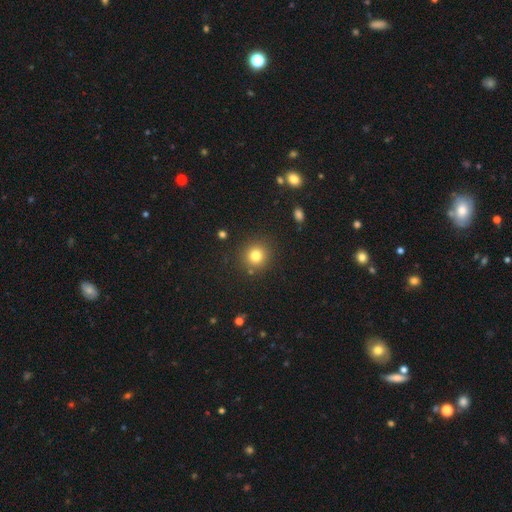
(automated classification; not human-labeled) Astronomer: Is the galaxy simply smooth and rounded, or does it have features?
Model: smooth — 80%.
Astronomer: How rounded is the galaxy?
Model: round — 91%.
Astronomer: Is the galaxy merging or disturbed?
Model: none — 87%.